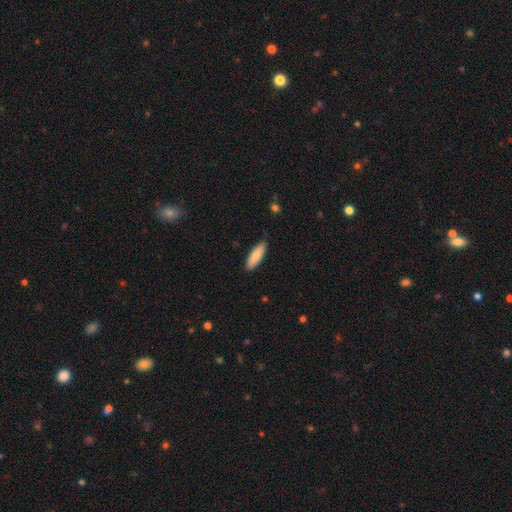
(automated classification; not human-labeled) Smooth or featured? smooth (85%)
How rounded? cigar-shaped (50%)
Merging? none (87%)